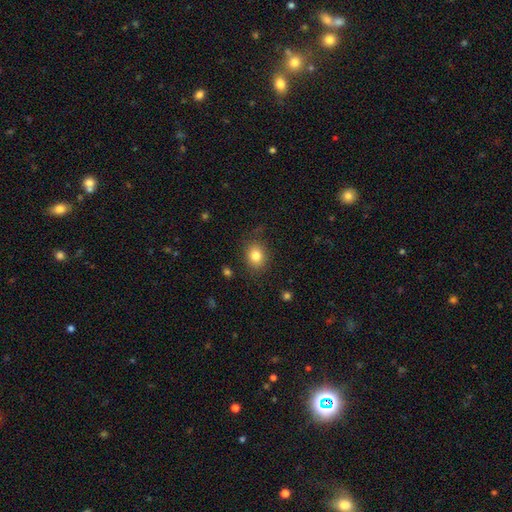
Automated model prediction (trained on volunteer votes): This is clearly a smooth galaxy (82%). How rounded: possibly round (59%). Merging: clearly none (82%).